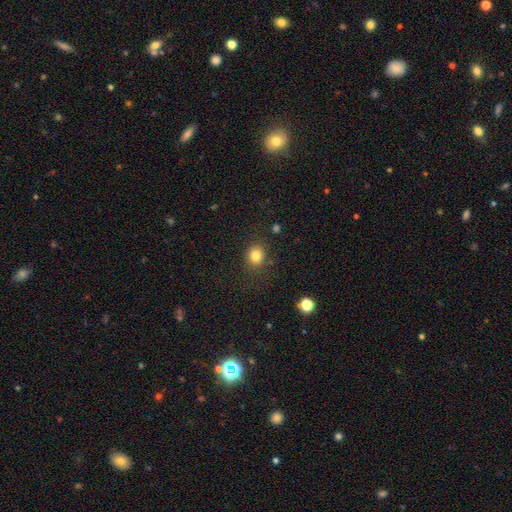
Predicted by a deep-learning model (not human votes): Smooth or featured? smooth (82%)
How rounded? round (76%)
Merging? none (83%)